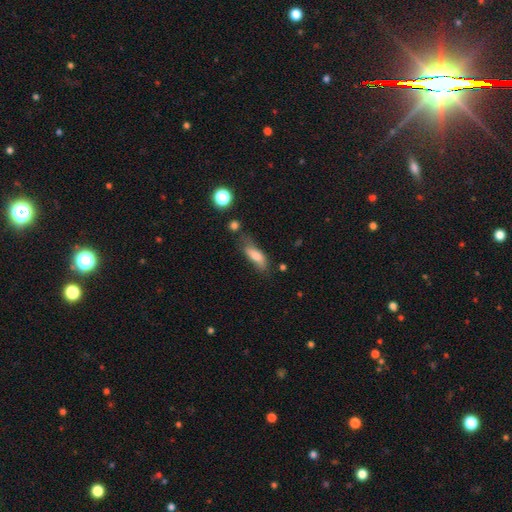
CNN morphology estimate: smooth-or-featured: smooth: 71% | featured or disk: 19% | star or artifact: 10%
  how-rounded: in between: 59% | cigar-shaped: 38% | round: 3%
  merging: none: 51% | minor disturbance: 30% | major disturbance: 13% | merger: 6%